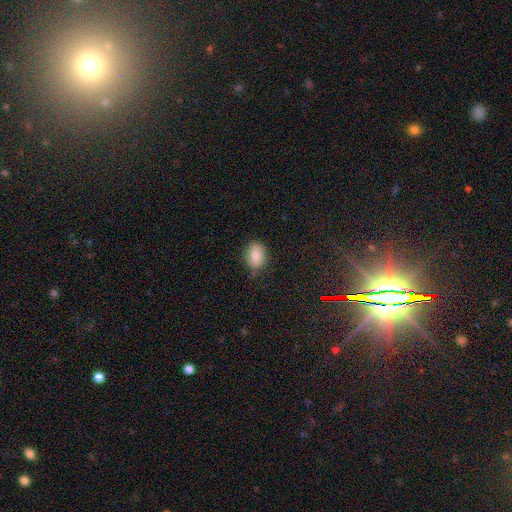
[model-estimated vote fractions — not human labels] A smooth galaxy with no disk features (81%) that is in between round and cigar-shaped (68%). Merging: none (80%).